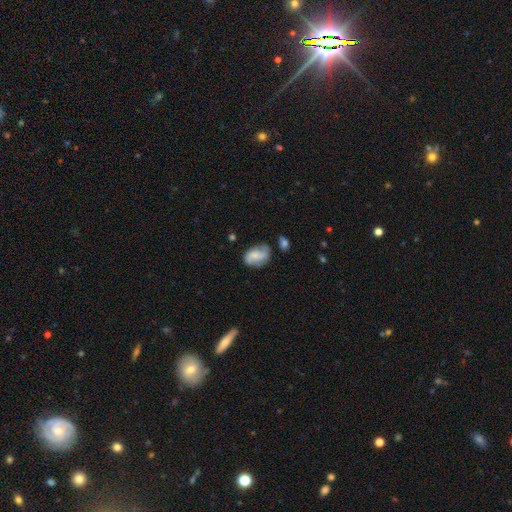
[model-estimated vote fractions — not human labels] featured or disk 46%, smooth 45%, star or artifact 9%. Down the decision tree: merging — none (60%).